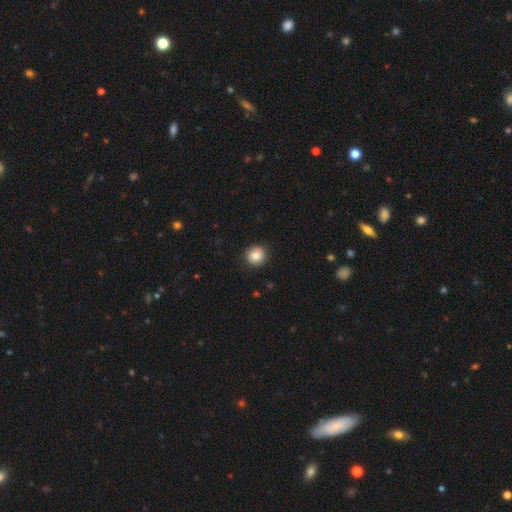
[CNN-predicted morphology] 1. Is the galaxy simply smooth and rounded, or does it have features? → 83% smooth, 9% star or artifact, 8% featured or disk.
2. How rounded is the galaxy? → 93% round, 6% in between, 1% cigar-shaped.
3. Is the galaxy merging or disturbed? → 90% none, 7% minor disturbance, 2% major disturbance, 1% merger.